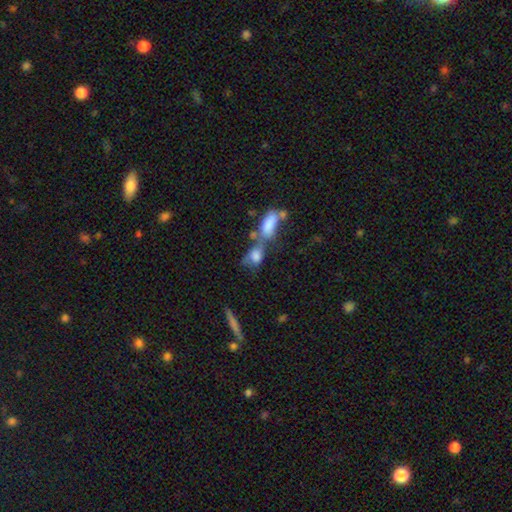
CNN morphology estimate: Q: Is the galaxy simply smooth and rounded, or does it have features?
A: smooth — 73%.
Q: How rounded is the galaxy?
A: in between — 76%.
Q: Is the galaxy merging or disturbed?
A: merger — 59%.